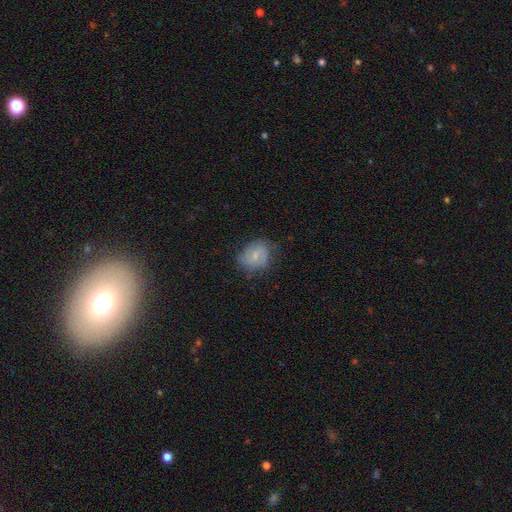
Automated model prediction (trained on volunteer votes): Q: Smooth or featured?
A: smooth (52%); runner-up: featured or disk (40%)
Q: How rounded?
A: round (53%); runner-up: in between (46%)
Q: Merging?
A: none (61%); runner-up: minor disturbance (27%)